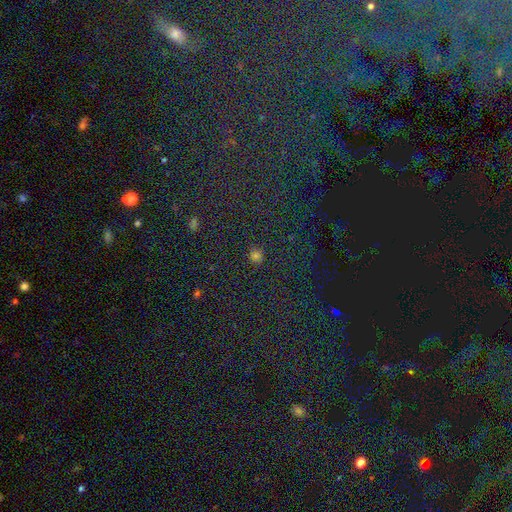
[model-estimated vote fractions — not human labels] Morphology: type=smooth (70%); roundness=round (87%); merging=none (85%).